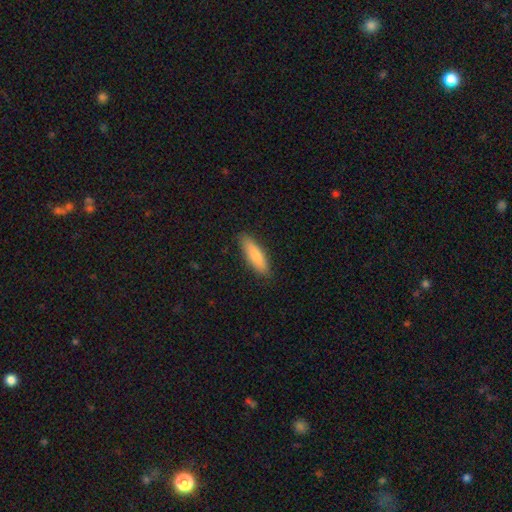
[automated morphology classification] A smooth galaxy with no disk features (80%) that is cigar-shaped (57%). Merging: none (87%).